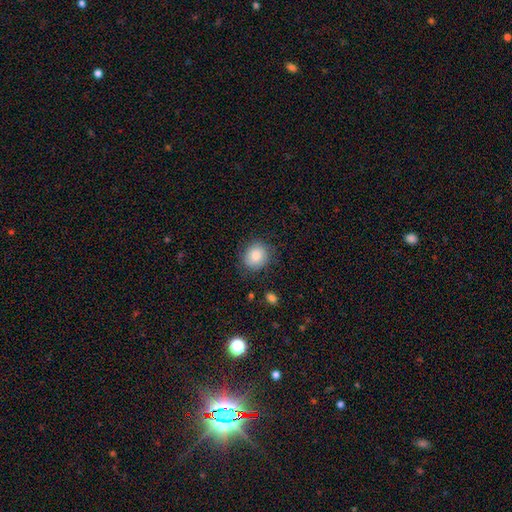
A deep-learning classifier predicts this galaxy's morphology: Overall: smooth (85%). How rounded: round (77%). Merging: none (82%).